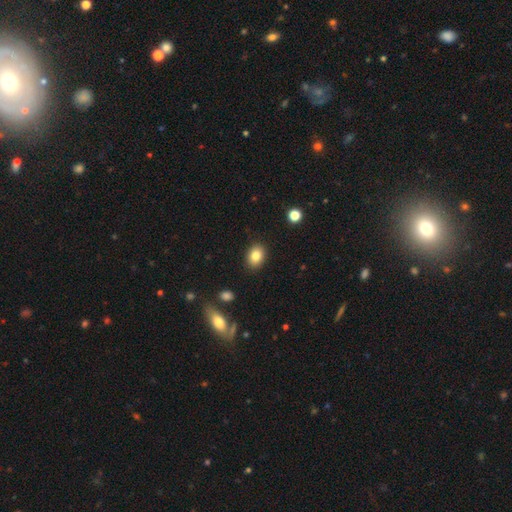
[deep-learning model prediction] This is clearly a smooth galaxy (83%). How rounded: likely in between (69%). Merging: clearly none (88%).